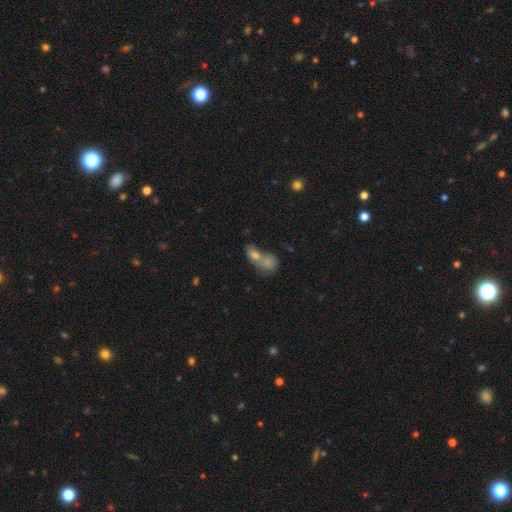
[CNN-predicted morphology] A smooth galaxy with no disk features (63%) that is in between round and cigar-shaped (64%).

Vote fractions:
- Smooth or featured? smooth: 63% / featured or disk: 22% / star or artifact: 15%
- How rounded? in between: 64% / round: 27% / cigar-shaped: 8%
- Merging? merger: 65% / none: 22% / minor disturbance: 7% / major disturbance: 6%